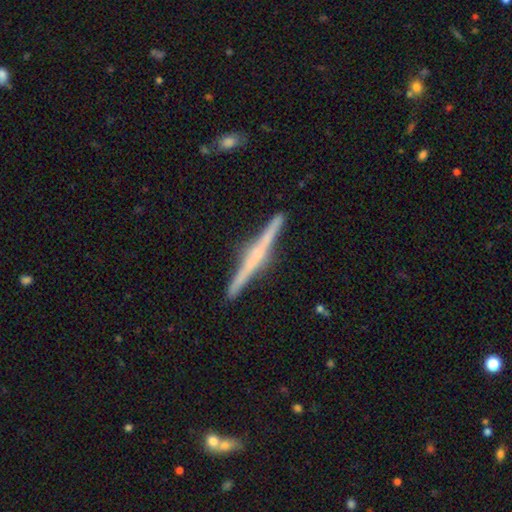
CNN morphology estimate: Smooth or featured: featured or disk — 77% (smooth — 18%)
Edge-on disk: yes — 98% (no — 2%)
Edge-on bulge: rounded — 55% (none — 24%)
Merging: none — 91% (minor disturbance — 6%)